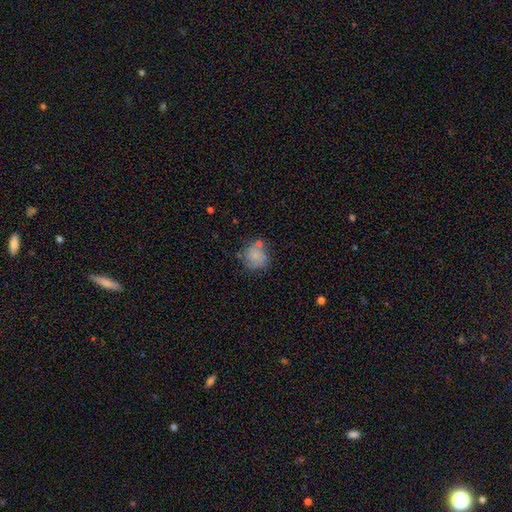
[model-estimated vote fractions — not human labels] smooth_or_featured: smooth (p=0.72) [alt: featured or disk p=0.19]
how_rounded: round (p=0.83) [alt: in between p=0.16]
merging: none (p=0.57) [alt: minor disturbance p=0.21]